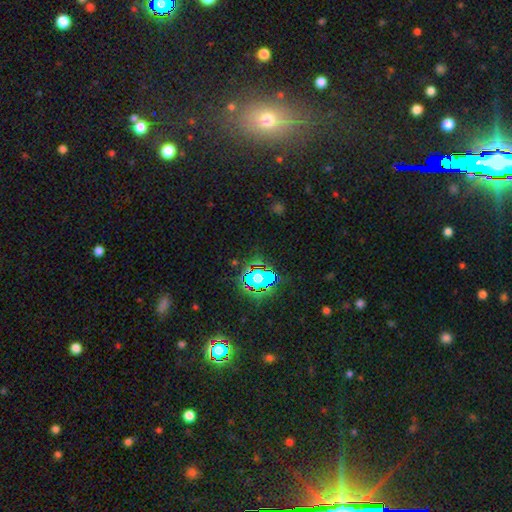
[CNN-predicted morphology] A star or artifact, not a galaxy (73%).

Vote fractions:
- Smooth or featured? star or artifact: 73% / smooth: 17% / featured or disk: 10%